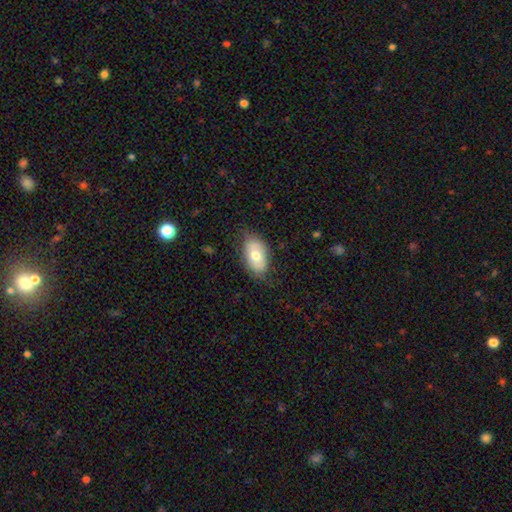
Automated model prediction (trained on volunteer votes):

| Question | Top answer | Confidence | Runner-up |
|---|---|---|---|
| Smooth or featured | smooth | 67% | featured or disk (26%) |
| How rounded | in between | 92% | round (7%) |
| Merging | none | 74% | minor disturbance (20%) |